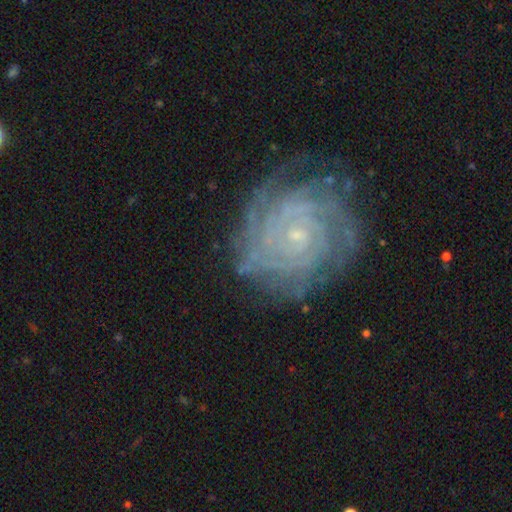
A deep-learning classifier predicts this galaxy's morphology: smooth-or-featured: featured or disk: 84% | star or artifact: 9% | smooth: 7%
  disk-edge-on: no: 97% | yes: 3%
    bar: no: 78% | weak: 17% | strong: 6%
    has-spiral-arms: yes: 97% | no: 3%
      spiral-winding: tight: 83% | medium: 14% | loose: 3%
      spiral-arm-count: can't tell: 29% | 4: 19% | more than 4: 15% | 3: 15% | 2: 15% | 1: 8%
    bulge-size: small: 84% | moderate: 11% | none: 2% | large: 1% | dominant: 1%
  merging: none: 79% | minor disturbance: 14% | major disturbance: 5% | merger: 1%